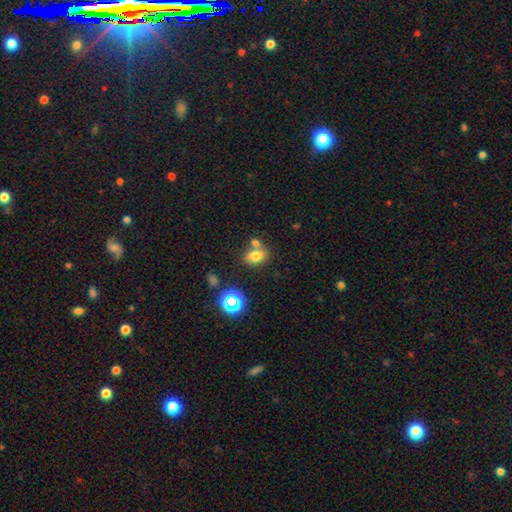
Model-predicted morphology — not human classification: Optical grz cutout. It shows a smooth galaxy with no disk features (75%) that is in between round and cigar-shaped (73%). Merging: none (56%).